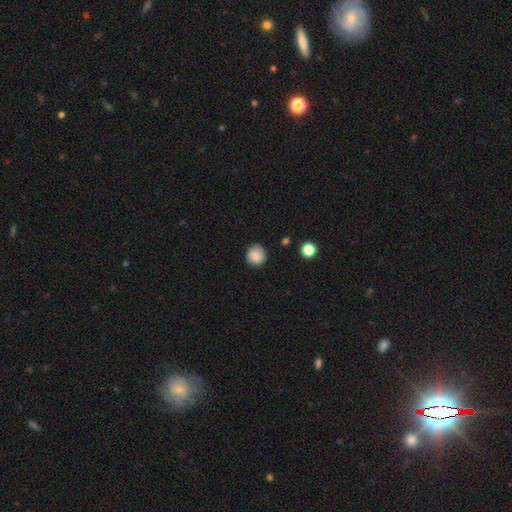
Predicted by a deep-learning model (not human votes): The model was most divided on "merging": none: 83%, minor disturbance: 13%, major disturbance: 2%, merger: 1%. More confident: how rounded — round (92%); smooth or featured — smooth (84%).